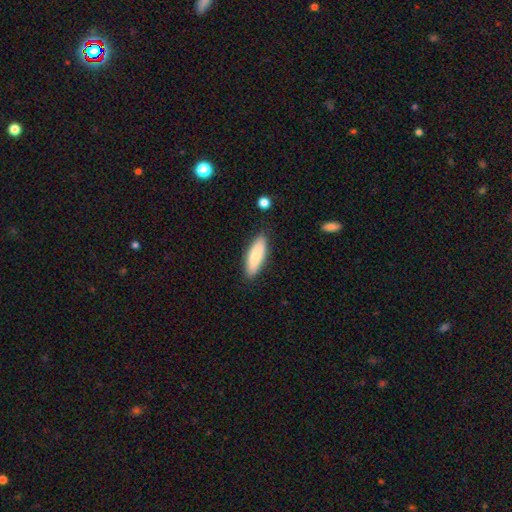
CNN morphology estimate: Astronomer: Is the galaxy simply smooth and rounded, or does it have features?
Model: smooth — 81%.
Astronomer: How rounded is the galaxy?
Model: in between — 56% (runner-up: cigar-shaped, 42%).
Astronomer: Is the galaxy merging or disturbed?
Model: none — 86%.